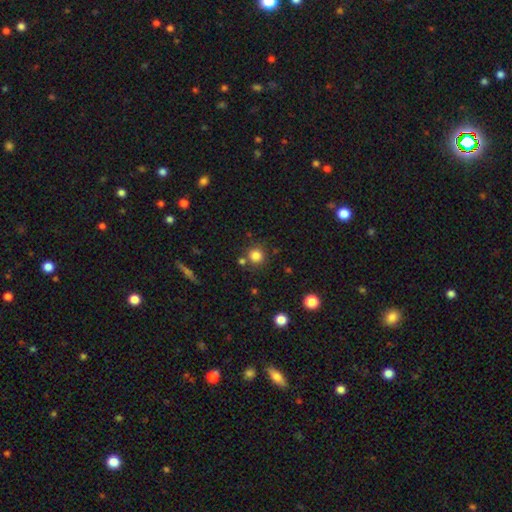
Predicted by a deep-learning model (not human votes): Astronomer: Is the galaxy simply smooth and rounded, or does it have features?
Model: smooth — 82%.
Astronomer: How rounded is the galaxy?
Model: round — 92%.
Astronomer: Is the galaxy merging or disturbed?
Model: none — 78%.